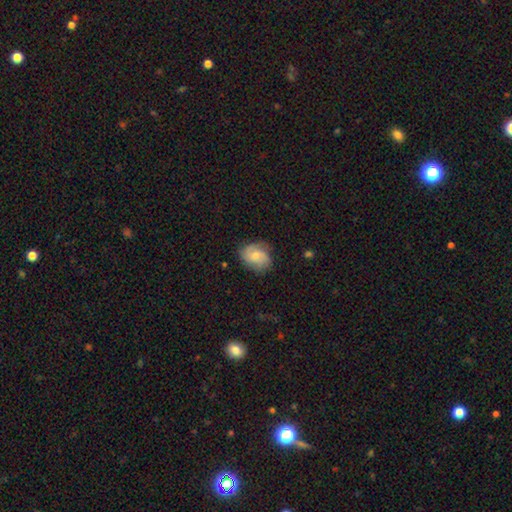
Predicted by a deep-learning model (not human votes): Q: Smooth or featured?
A: smooth (55%); runner-up: featured or disk (37%)
Q: How rounded?
A: in between (52%); runner-up: round (47%)
Q: Merging?
A: none (69%); runner-up: minor disturbance (23%)